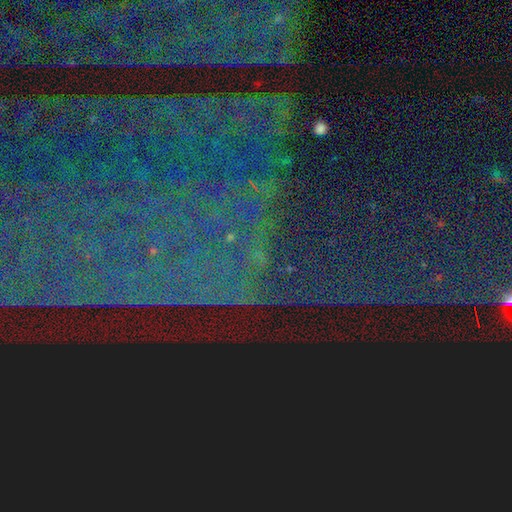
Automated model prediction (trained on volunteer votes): Smooth or featured?
  - star or artifact: 87% *
  - featured or disk: 7%
  - smooth: 6%